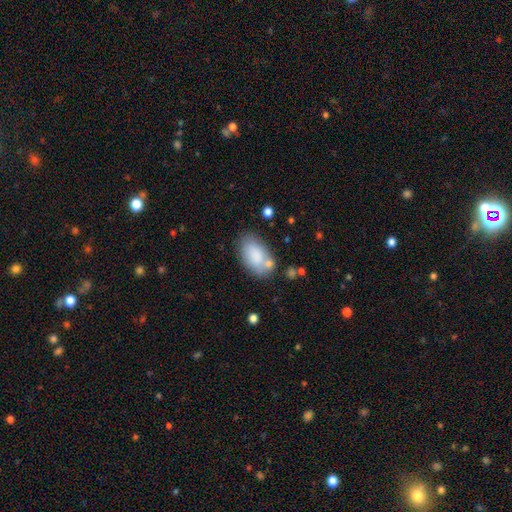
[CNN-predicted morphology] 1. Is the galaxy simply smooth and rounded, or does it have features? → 82% smooth, 11% featured or disk, 7% star or artifact.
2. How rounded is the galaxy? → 92% in between, 6% round, 2% cigar-shaped.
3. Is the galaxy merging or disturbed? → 61% none, 18% minor disturbance, 15% merger, 6% major disturbance.